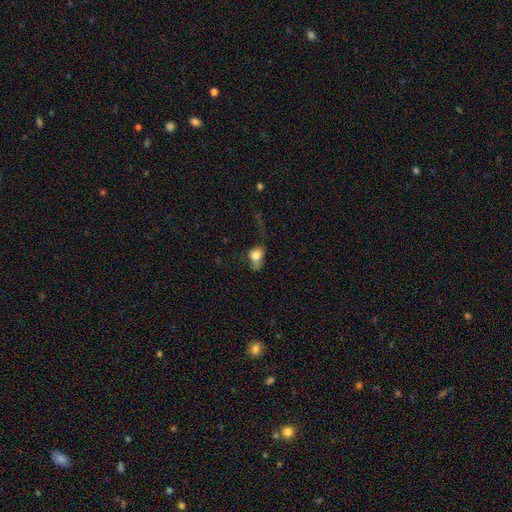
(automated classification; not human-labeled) Q: Smooth or featured?
A: smooth (76%); runner-up: featured or disk (14%)
Q: How rounded?
A: in between (63%); runner-up: round (34%)
Q: Merging?
A: major disturbance (33%); runner-up: minor disturbance (31%)